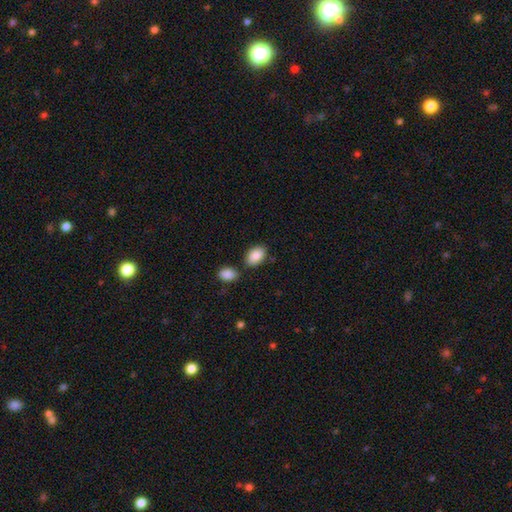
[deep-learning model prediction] smooth_or_featured: smooth (p=0.88) [alt: star or artifact p=0.07]
how_rounded: in between (p=0.89) [alt: round p=0.10]
merging: none (p=0.74) [alt: minor disturbance p=0.12]